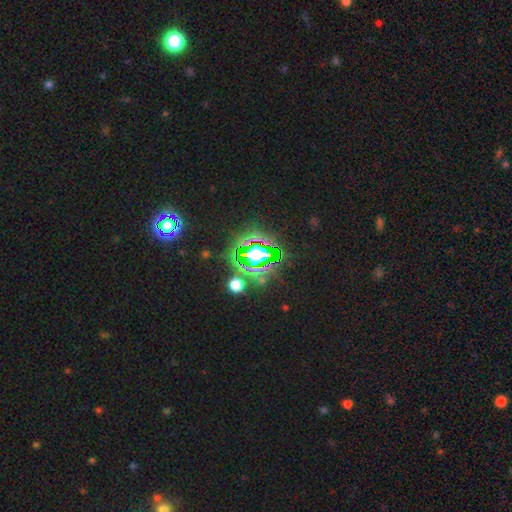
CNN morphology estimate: Smooth or featured? Predicted: star or artifact (p=0.73).